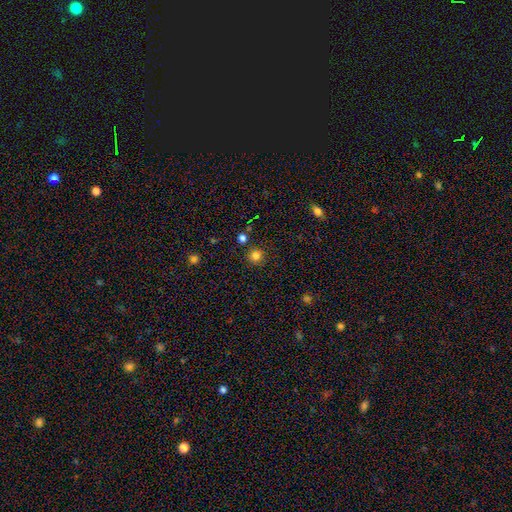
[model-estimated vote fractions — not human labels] smooth_or_featured: smooth (p=0.82) [alt: star or artifact p=0.14]
how_rounded: round (p=0.94) [alt: in between p=0.05]
merging: none (p=0.88) [alt: minor disturbance p=0.06]